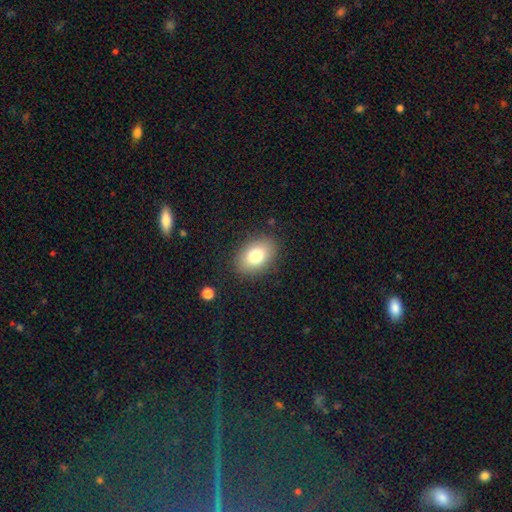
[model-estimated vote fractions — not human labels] Smooth or featured? smooth (79%)
How rounded? in between (83%)
Merging? none (86%)